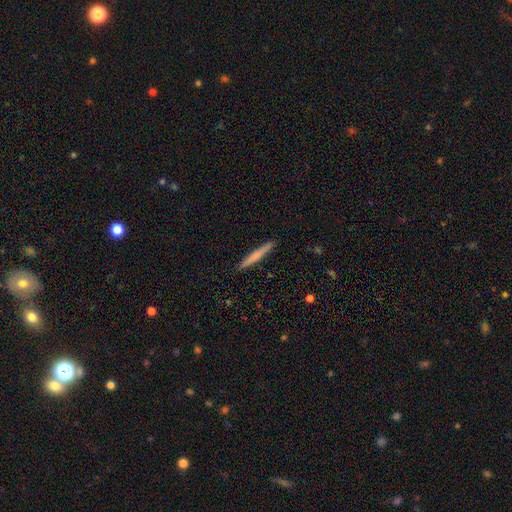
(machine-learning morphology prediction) smooth_or_featured: smooth (p=0.66) [alt: featured or disk p=0.29]
how_rounded: cigar-shaped (p=0.96) [alt: in between p=0.02]
merging: none (p=0.91) [alt: minor disturbance p=0.06]